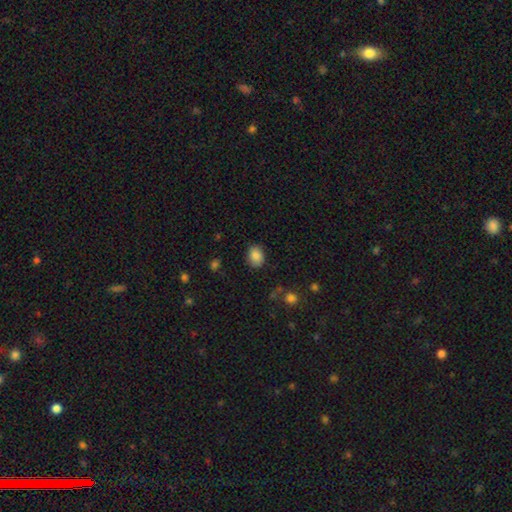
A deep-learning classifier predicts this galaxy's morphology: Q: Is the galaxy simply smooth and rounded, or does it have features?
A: smooth — 86%.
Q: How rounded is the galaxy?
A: in between — 58%.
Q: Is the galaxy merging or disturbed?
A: none — 83%.